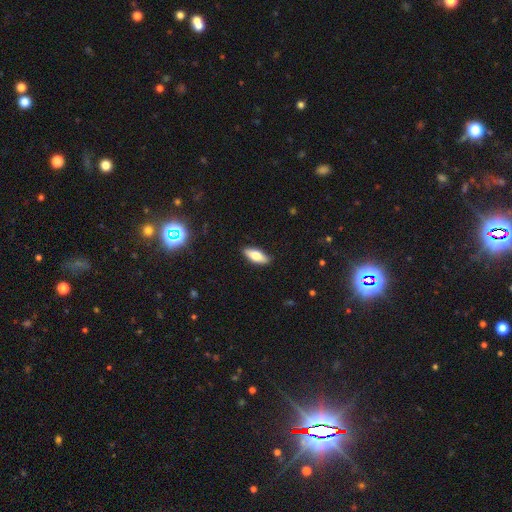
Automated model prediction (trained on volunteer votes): Q: Smooth or featured?
A: smooth (72%); runner-up: featured or disk (22%)
Q: How rounded?
A: in between (75%); runner-up: cigar-shaped (23%)
Q: Merging?
A: none (88%); runner-up: minor disturbance (9%)